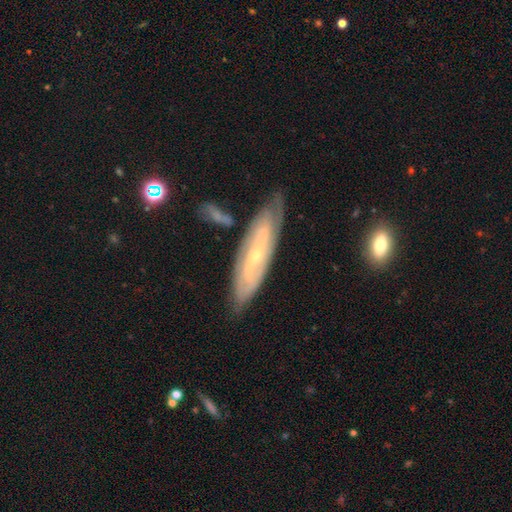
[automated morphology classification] The model was most divided on "spiral arm count": 2: 44%, can't tell: 40%, 3: 7%, 4: 4%, 1: 3%, more than 4: 3%. Remaining: spiral arms — yes (89%); smooth or featured — featured or disk (78%); merging — none (77%); edge-on disk — no (75%); bulge size — small (73%); spiral winding — tight (57%); bar — no (43%).